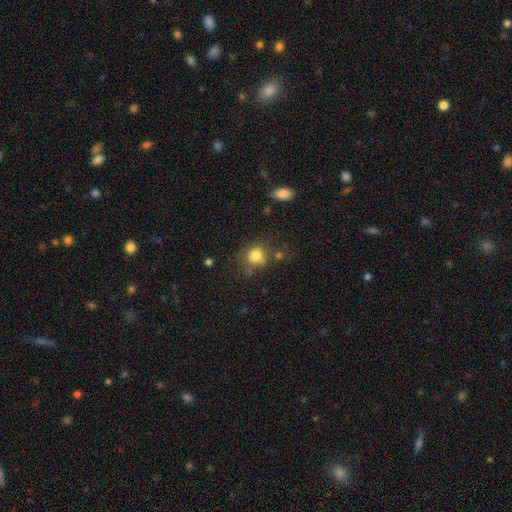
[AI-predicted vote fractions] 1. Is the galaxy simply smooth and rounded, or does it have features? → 80% smooth, 12% star or artifact, 9% featured or disk.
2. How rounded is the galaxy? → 74% round, 25% in between, 1% cigar-shaped.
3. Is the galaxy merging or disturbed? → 64% none, 19% minor disturbance, 10% merger, 7% major disturbance.